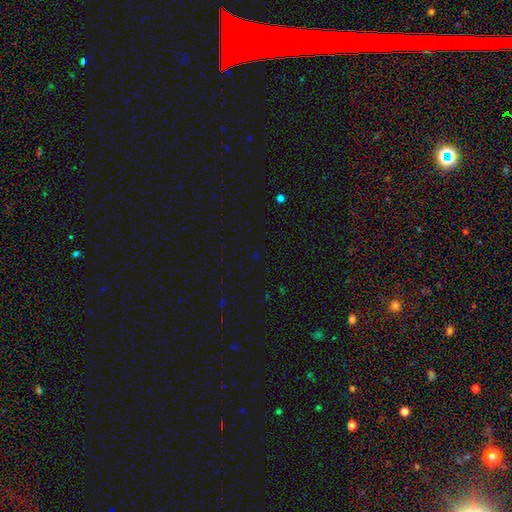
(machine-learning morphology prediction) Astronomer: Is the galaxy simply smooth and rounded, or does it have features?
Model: star or artifact — 67%.